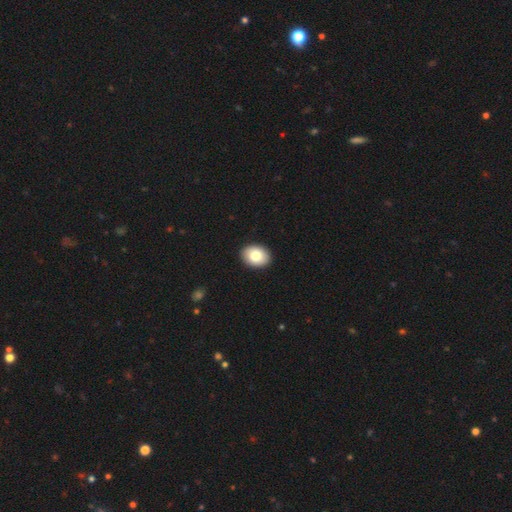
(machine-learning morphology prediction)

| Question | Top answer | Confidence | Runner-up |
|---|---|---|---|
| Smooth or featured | smooth | 82% | featured or disk (11%) |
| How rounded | in between | 68% | round (31%) |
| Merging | none | 92% | minor disturbance (6%) |